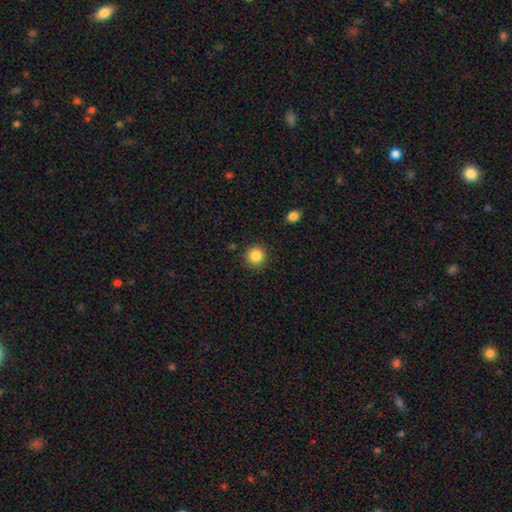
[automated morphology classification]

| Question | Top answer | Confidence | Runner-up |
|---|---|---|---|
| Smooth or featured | smooth | 86% | star or artifact (10%) |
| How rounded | round | 94% | in between (5%) |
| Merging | none | 90% | minor disturbance (6%) |